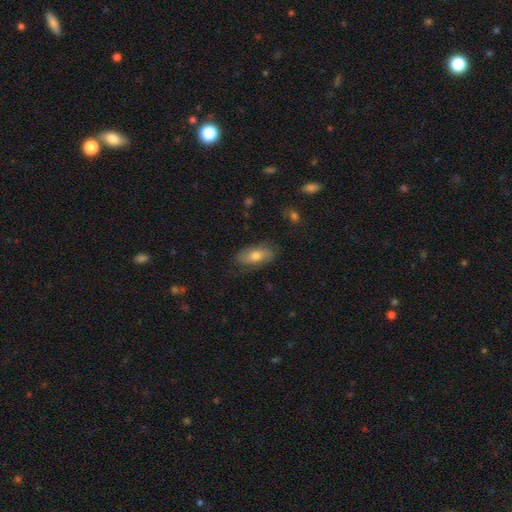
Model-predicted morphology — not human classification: smooth 64%, featured or disk 29%, star or artifact 7%. Down the decision tree: how rounded — in between (79%); merging — none (79%).